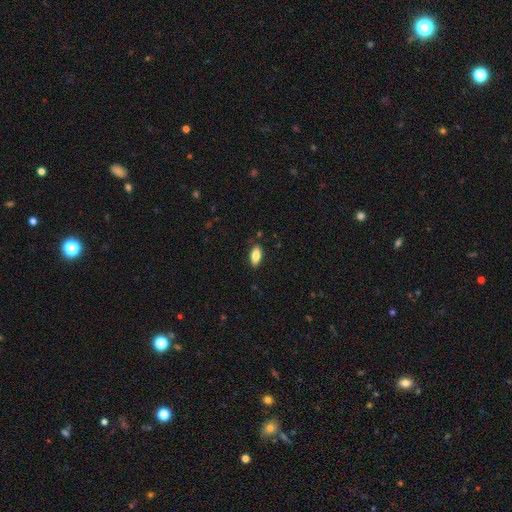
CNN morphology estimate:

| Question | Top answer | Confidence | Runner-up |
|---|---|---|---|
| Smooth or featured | smooth | 82% | featured or disk (10%) |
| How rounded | in between | 87% | cigar-shaped (10%) |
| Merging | none | 86% | minor disturbance (11%) |